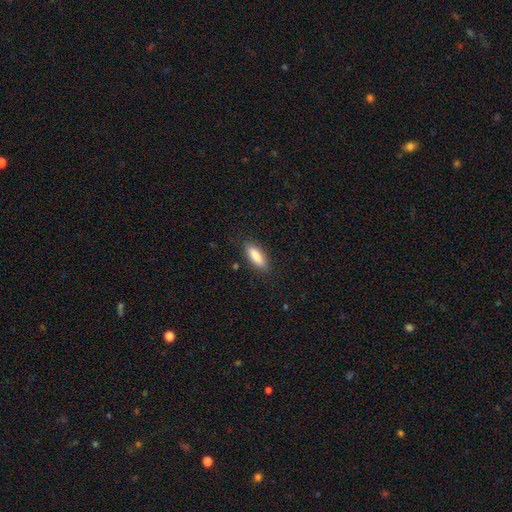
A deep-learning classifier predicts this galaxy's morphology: smooth 84%, featured or disk 10%, star or artifact 6%. Down the decision tree: how rounded — in between (55%); merging — none (86%).